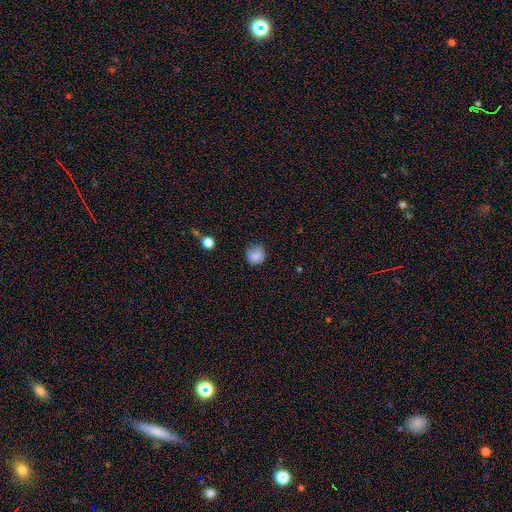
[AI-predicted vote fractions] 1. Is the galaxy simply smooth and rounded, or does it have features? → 82% smooth, 10% star or artifact, 8% featured or disk.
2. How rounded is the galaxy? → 84% round, 15% in between, 1% cigar-shaped.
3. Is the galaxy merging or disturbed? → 64% none, 27% minor disturbance, 7% major disturbance, 2% merger.